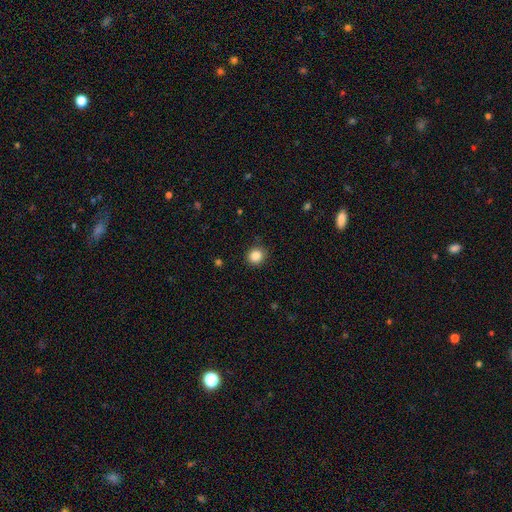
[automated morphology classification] smooth 87%, star or artifact 10%, featured or disk 3%. Down the decision tree: how rounded — round (88%); merging — none (87%).